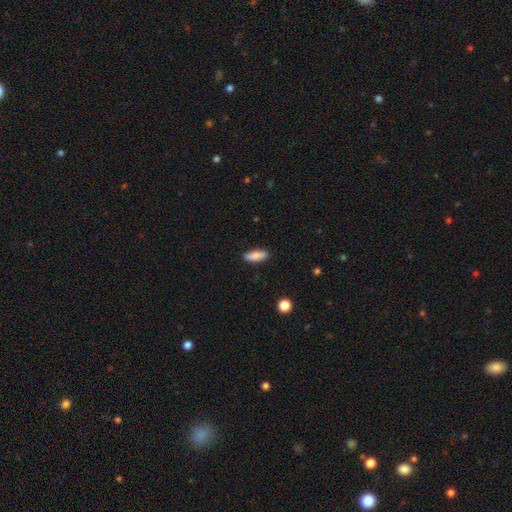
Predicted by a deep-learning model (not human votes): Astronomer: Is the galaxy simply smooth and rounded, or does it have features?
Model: smooth — 87%.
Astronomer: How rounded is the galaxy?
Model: in between — 67%.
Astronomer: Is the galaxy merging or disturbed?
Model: none — 89%.